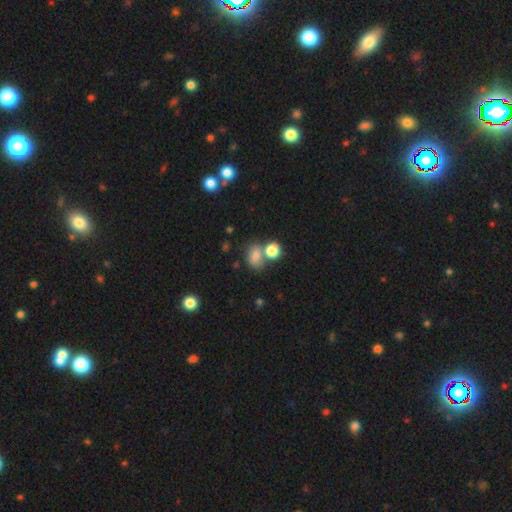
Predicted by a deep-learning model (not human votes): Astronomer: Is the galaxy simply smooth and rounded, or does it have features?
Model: smooth — 76%.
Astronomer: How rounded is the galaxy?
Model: in between — 66%.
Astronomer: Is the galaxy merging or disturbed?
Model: none — 41% (runner-up: merger, 39%).